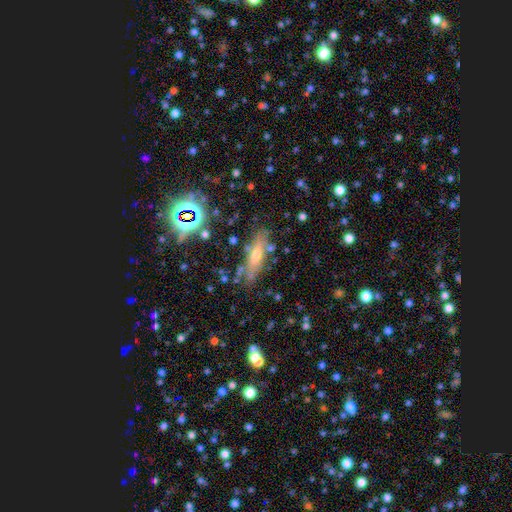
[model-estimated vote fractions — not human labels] Overall: star or artifact (48%; smooth 26%).